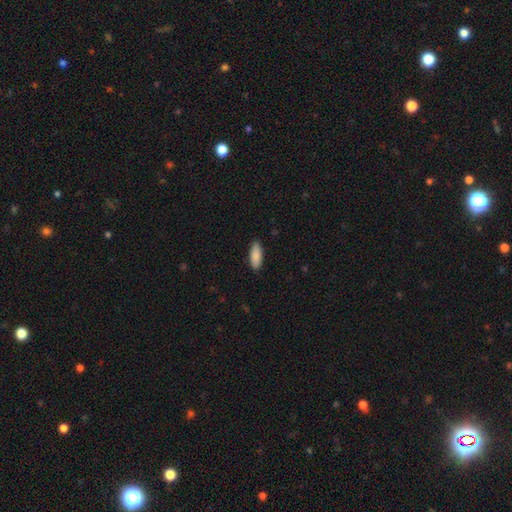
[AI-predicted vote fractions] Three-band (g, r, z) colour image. It shows a smooth galaxy with no disk features (89%) that is in between round and cigar-shaped (71%). Merging: none (88%).